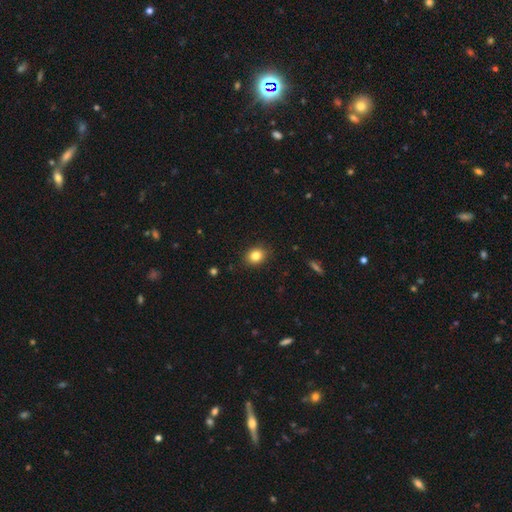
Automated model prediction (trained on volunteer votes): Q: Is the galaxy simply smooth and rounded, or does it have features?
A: smooth — 83%.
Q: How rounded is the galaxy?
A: round — 56%.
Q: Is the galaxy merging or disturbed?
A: none — 89%.